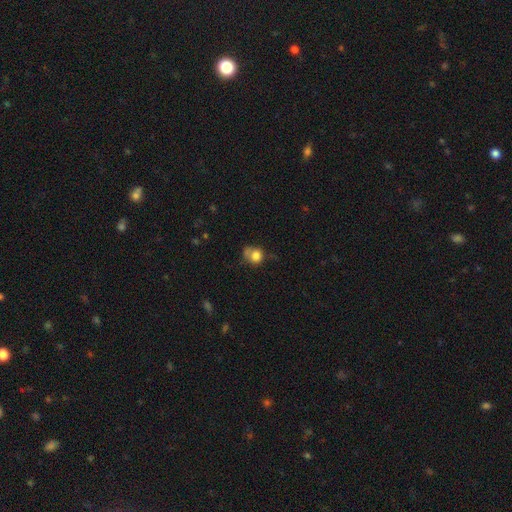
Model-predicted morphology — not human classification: This appears to be a smooth galaxy with no disk features (77%) that is round (70%). Merging: none (41%).